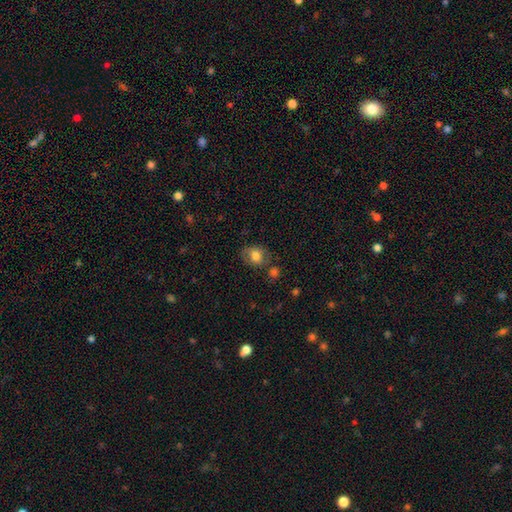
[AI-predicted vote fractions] Smooth or featured? Predicted: smooth (p=0.71). How rounded? Predicted: in between (p=0.56). Merging? Predicted: none (p=0.63).